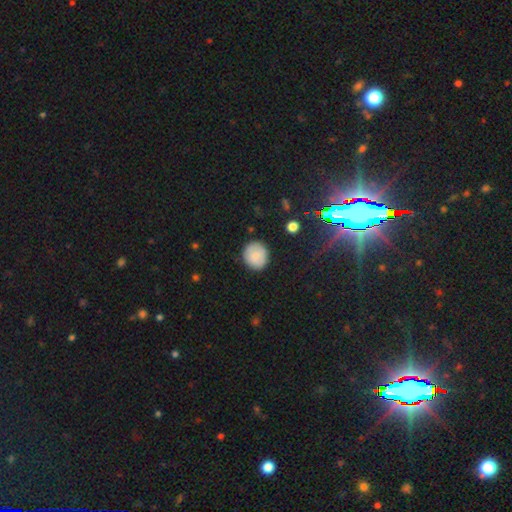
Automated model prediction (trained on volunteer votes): This appears to be a smooth galaxy with no disk features (83%) that is round (85%). Merging: none (86%).